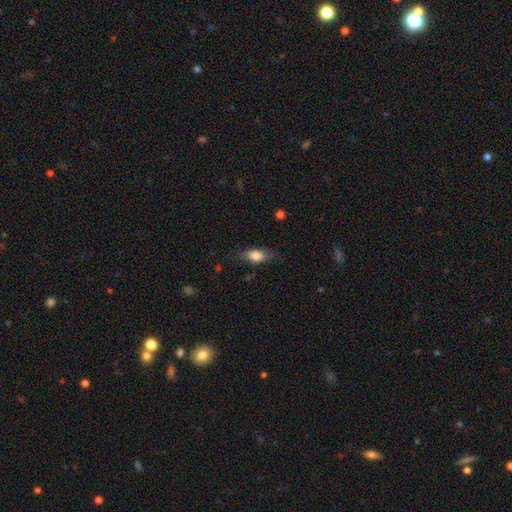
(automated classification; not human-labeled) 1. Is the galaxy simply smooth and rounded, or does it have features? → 78% smooth, 15% featured or disk, 7% star or artifact.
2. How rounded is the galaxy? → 80% in between, 13% cigar-shaped, 7% round.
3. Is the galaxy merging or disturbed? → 68% none, 23% minor disturbance, 8% major disturbance, 1% merger.